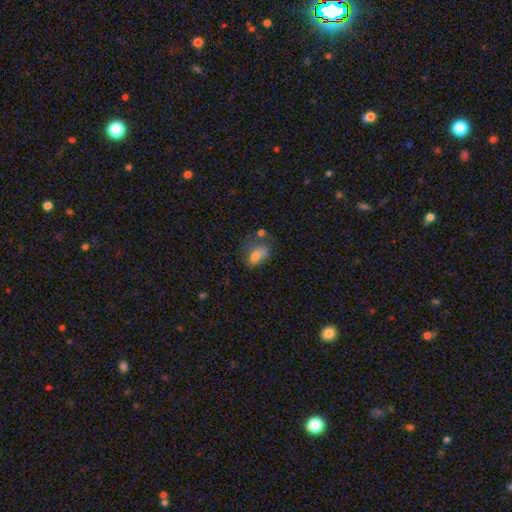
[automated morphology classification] The model was most divided on "merging": none: 35%, minor disturbance: 28%, major disturbance: 23%, merger: 14%. More confident: how rounded — in between (76%); smooth or featured — smooth (70%).